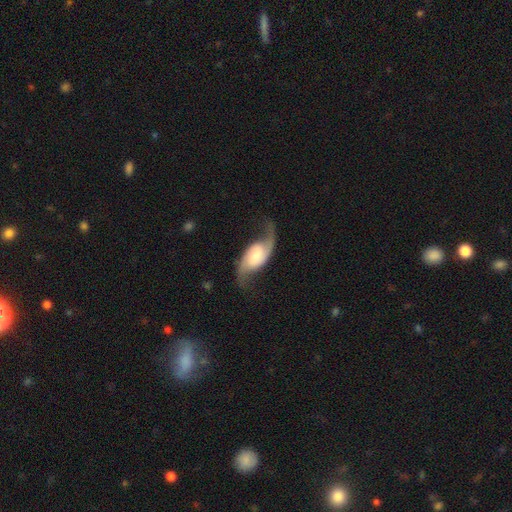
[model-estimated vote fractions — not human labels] This is clearly a featured or disk galaxy (84%). It is clearly not viewed edge-on (96%). Bar: possibly no (52%). Spiral arm pattern: clearly yes (96%). Spiral arm count: clearly 2 (93%). Spiral winding: likely loose (79%). Central bulge: marginally small (36%). Merging: likely none (69%).